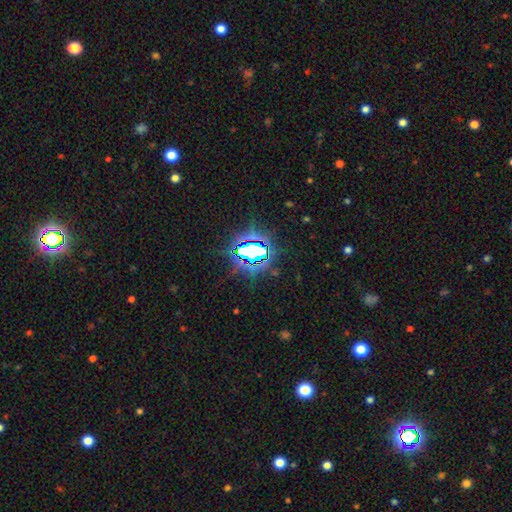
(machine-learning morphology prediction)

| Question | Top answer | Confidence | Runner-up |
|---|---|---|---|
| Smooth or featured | star or artifact | 77% | smooth (13%) |